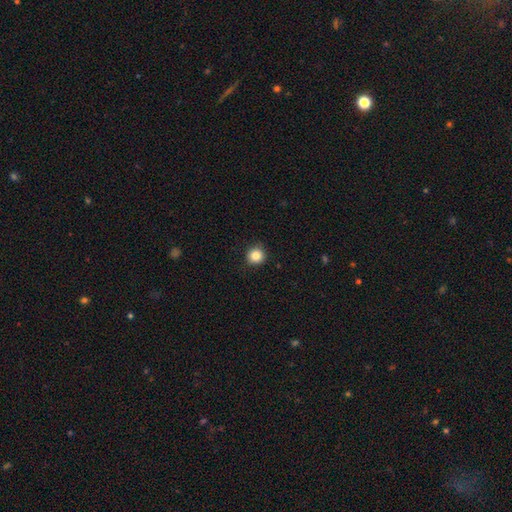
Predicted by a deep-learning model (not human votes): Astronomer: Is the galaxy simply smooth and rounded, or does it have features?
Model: smooth — 85%.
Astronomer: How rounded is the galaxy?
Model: round — 93%.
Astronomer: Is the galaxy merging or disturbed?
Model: none — 91%.